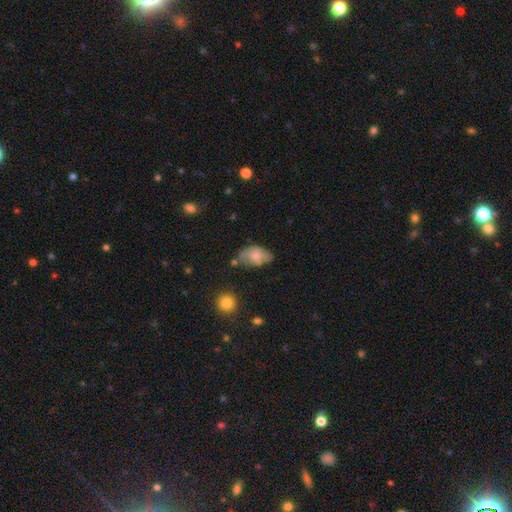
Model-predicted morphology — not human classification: smooth-or-featured: smooth: 64% | featured or disk: 28% | star or artifact: 8%
  how-rounded: in between: 89% | round: 9% | cigar-shaped: 2%
  merging: none: 50% | minor disturbance: 33% | major disturbance: 10% | merger: 7%